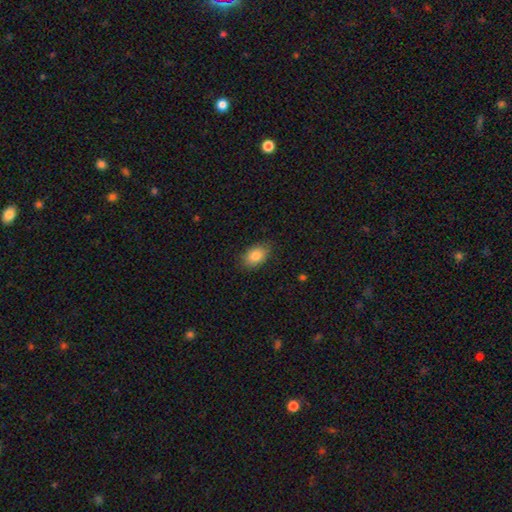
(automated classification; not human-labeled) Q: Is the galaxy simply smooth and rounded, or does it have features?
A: smooth — 84%.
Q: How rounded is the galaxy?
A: in between — 87%.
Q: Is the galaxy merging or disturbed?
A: none — 85%.